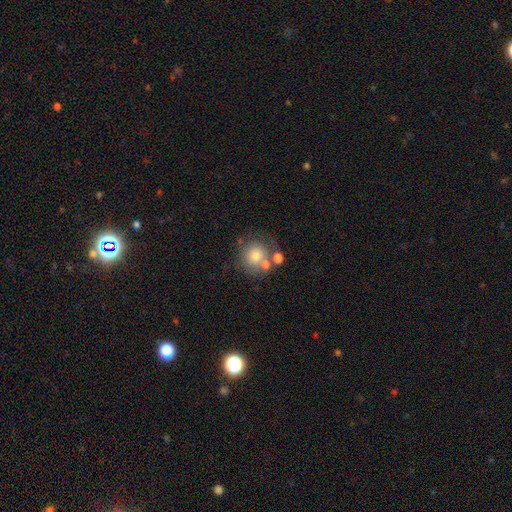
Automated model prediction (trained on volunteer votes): Smooth or featured? Predicted: smooth (p=0.72). How rounded? Predicted: round (p=0.89). Merging? Predicted: none (p=0.57).